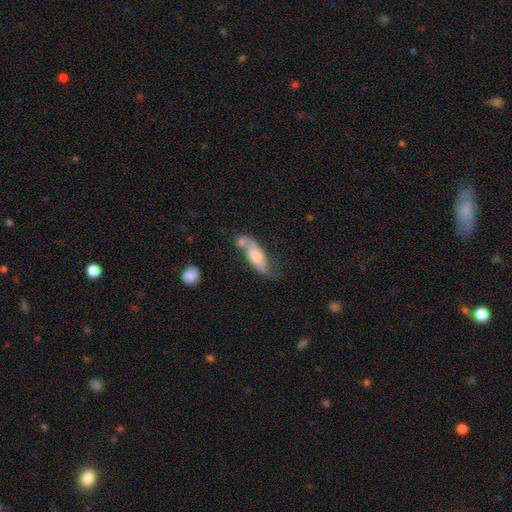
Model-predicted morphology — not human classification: The model was most divided on "merging": none: 38%, merger: 28%, minor disturbance: 22%, major disturbance: 11%. More confident: how rounded — in between (60%); smooth or featured — smooth (56%).